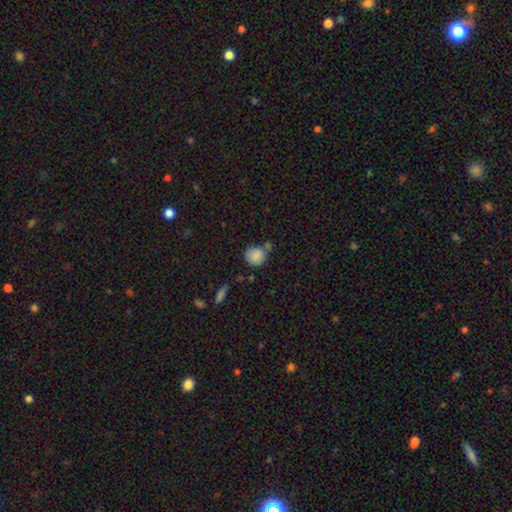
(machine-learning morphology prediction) This is clearly a smooth galaxy (85%). How rounded: clearly round (85%). Merging: possibly none (59%).